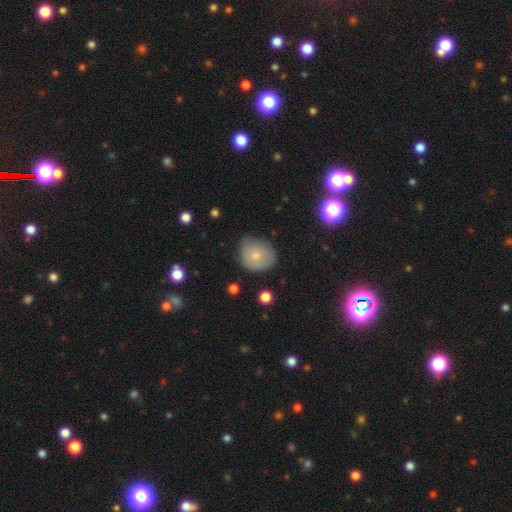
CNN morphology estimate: A smooth galaxy with no disk features (73%) that is round (69%).

Vote fractions:
- Smooth or featured? smooth: 73% / featured or disk: 18% / star or artifact: 9%
- How rounded? round: 69% / in between: 30% / cigar-shaped: 1%
- Merging? none: 63% / minor disturbance: 29% / major disturbance: 7% / merger: 2%